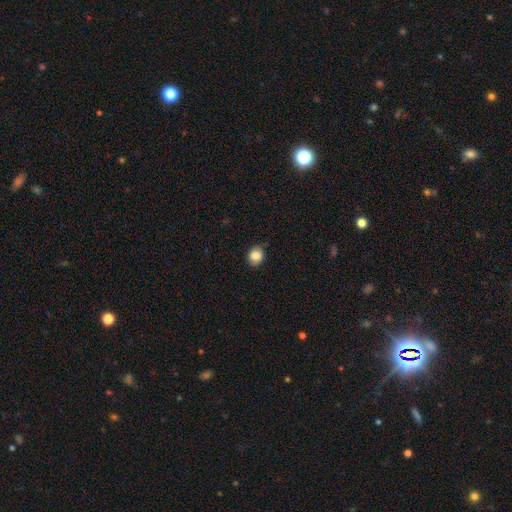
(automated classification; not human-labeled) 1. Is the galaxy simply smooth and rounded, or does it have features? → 85% smooth, 9% star or artifact, 5% featured or disk.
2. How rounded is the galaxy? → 61% round, 38% in between, 1% cigar-shaped.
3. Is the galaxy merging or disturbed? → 80% none, 16% minor disturbance, 3% major disturbance, 1% merger.